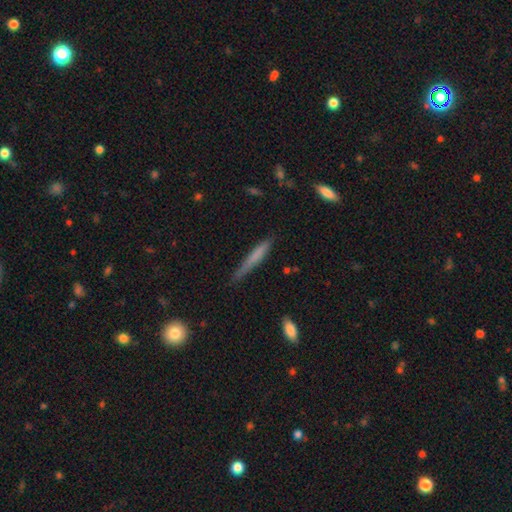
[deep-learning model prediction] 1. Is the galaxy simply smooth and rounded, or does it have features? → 66% smooth, 27% featured or disk, 7% star or artifact.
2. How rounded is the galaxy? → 94% cigar-shaped, 4% in between, 1% round.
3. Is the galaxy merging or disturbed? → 70% none, 23% minor disturbance, 5% major disturbance, 2% merger.